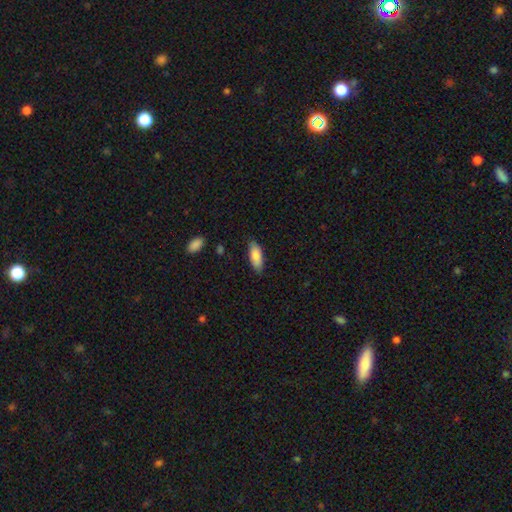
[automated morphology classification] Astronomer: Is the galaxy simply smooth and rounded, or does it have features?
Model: smooth — 86%.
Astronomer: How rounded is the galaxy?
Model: in between — 72%.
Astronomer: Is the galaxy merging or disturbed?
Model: none — 83%.